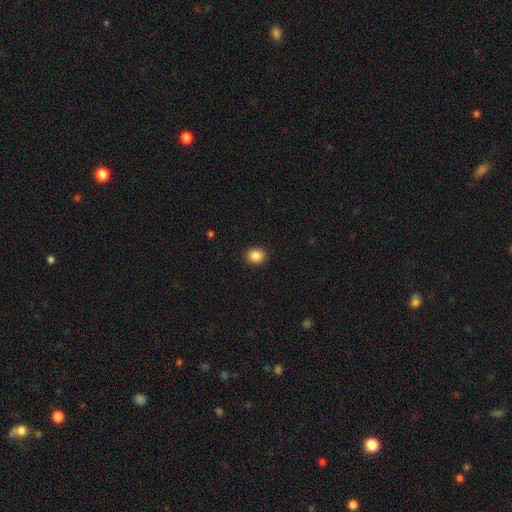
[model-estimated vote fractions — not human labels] smooth_or_featured: smooth (p=0.87) [alt: star or artifact p=0.09]
how_rounded: round (p=0.66) [alt: in between p=0.33]
merging: none (p=0.91) [alt: minor disturbance p=0.06]